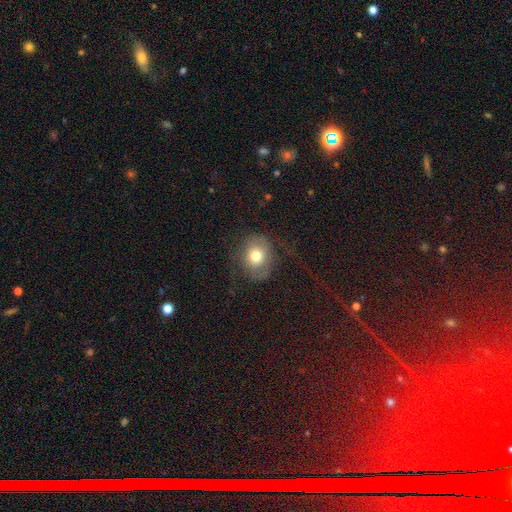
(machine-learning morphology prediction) This appears to be a smooth galaxy with no disk features (67%) that is round (64%). Merging: none (59%).